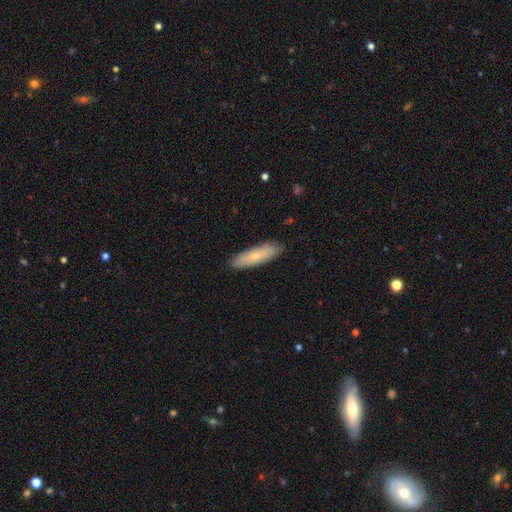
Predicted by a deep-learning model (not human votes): A smooth galaxy with no disk features (70%) that is cigar-shaped (68%).

Vote fractions:
- Smooth or featured? smooth: 70% / featured or disk: 24% / star or artifact: 6%
- How rounded? cigar-shaped: 68% / in between: 30% / round: 2%
- Merging? none: 87% / minor disturbance: 10% / major disturbance: 2% / merger: 1%